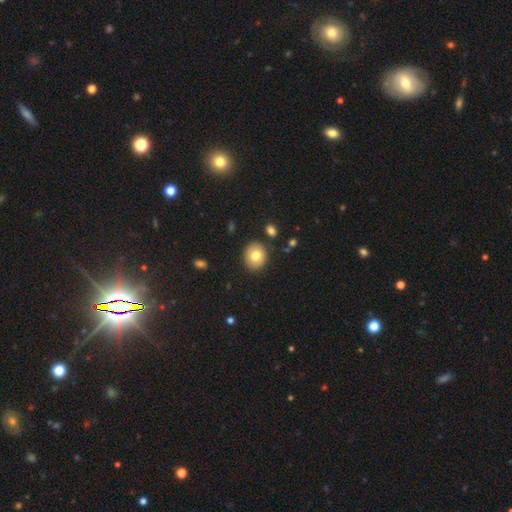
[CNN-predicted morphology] Q: Smooth or featured?
A: smooth (78%); runner-up: featured or disk (13%)
Q: How rounded?
A: round (78%); runner-up: in between (21%)
Q: Merging?
A: none (87%); runner-up: minor disturbance (8%)